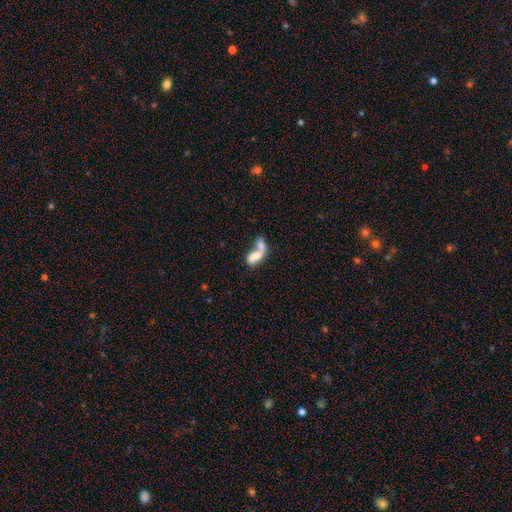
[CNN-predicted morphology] smooth 58%, featured or disk 33%, star or artifact 9%. Down the decision tree: how rounded — in between (77%); merging — merger (67%).